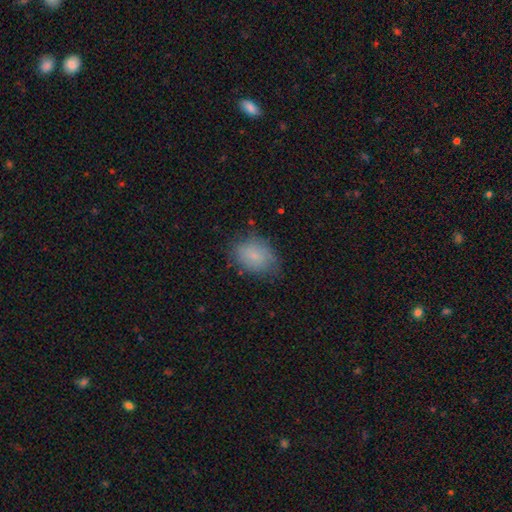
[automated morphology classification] Smooth or featured?
  - smooth: 78% *
  - featured or disk: 14%
  - star or artifact: 8%
How rounded?
  - in between: 73% *
  - round: 26%
  - cigar-shaped: 1%
Merging?
  - none: 67% *
  - minor disturbance: 24%
  - major disturbance: 7%
  - merger: 1%